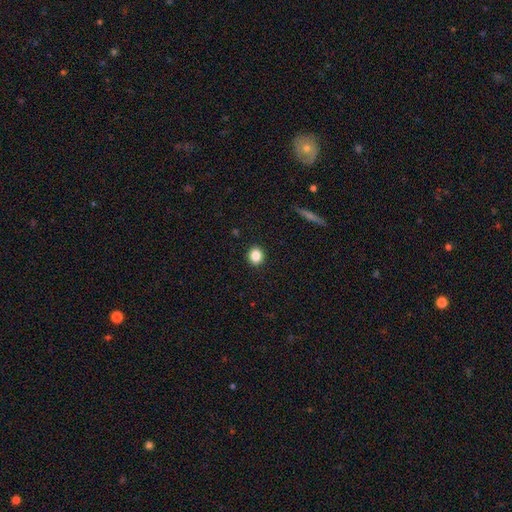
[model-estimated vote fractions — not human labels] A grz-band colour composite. It shows a smooth galaxy with no disk features (85%) that is round (74%). Merging: none (92%).